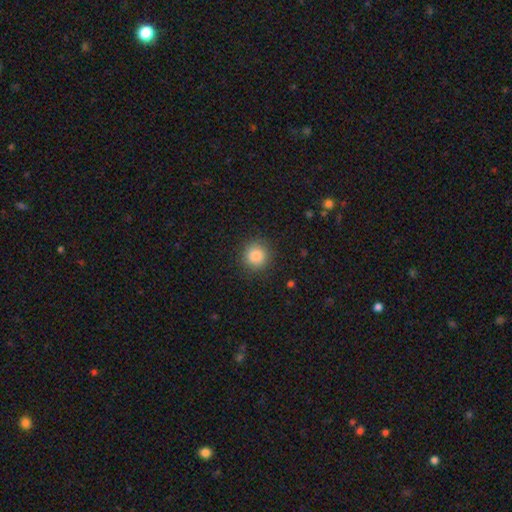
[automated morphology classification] This is clearly a smooth galaxy (87%). How rounded: clearly round (92%). Merging: clearly none (88%).